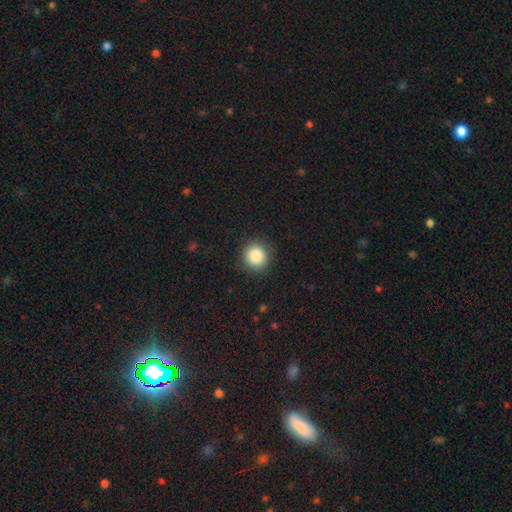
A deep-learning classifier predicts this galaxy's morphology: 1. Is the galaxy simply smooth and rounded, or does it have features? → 86% smooth, 9% star or artifact, 5% featured or disk.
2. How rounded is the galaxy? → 92% round, 7% in between, 1% cigar-shaped.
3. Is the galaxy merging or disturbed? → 89% none, 7% minor disturbance, 2% major disturbance, 1% merger.